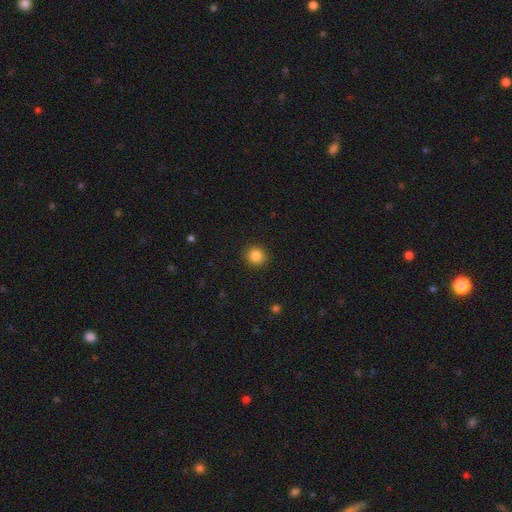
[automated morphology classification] This appears to be a smooth galaxy with no disk features (86%) that is round (88%). Merging: none (90%).